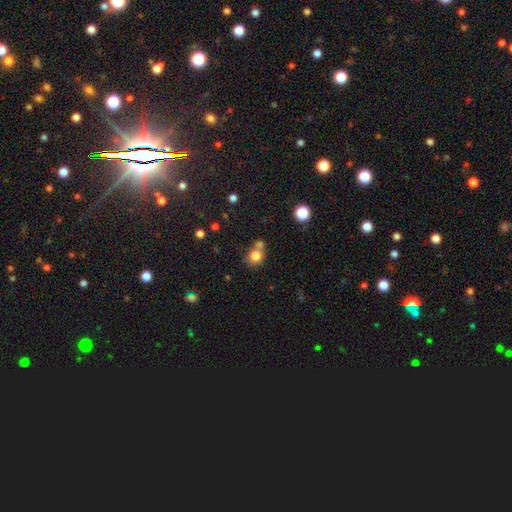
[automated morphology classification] Smooth or featured? Predicted: smooth (p=0.80). How rounded? Predicted: round (p=0.76). Merging? Predicted: none (p=0.50).